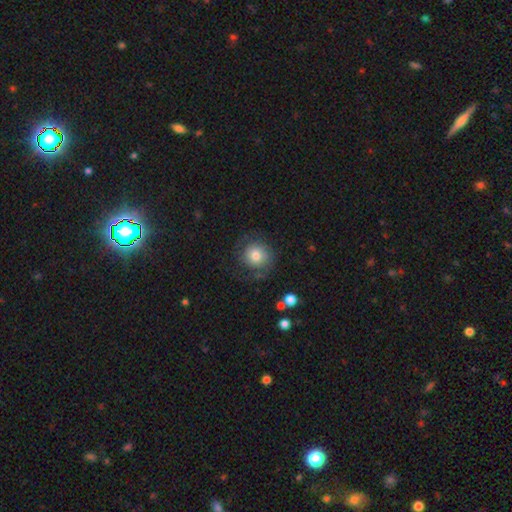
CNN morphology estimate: Smooth or featured?
  - smooth: 63% *
  - featured or disk: 29%
  - star or artifact: 8%
How rounded?
  - round: 88% *
  - in between: 11%
  - cigar-shaped: 1%
Merging?
  - none: 66% *
  - minor disturbance: 18%
  - major disturbance: 14%
  - merger: 2%